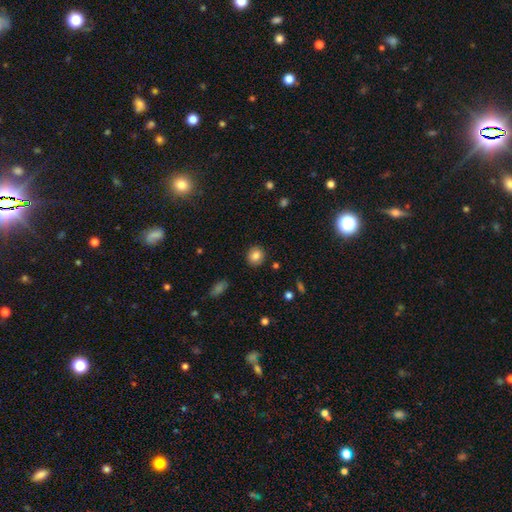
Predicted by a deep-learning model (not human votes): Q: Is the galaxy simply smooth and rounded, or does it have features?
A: smooth — 84%.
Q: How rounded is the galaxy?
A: round — 81%.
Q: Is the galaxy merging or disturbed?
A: none — 89%.